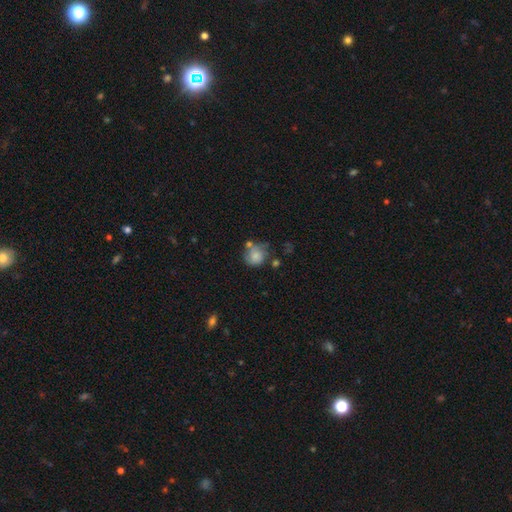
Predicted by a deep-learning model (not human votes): smooth-or-featured: smooth: 70% | featured or disk: 21% | star or artifact: 9%
  how-rounded: round: 79% | in between: 20% | cigar-shaped: 1%
  merging: none: 45% | minor disturbance: 25% | merger: 17% | major disturbance: 13%